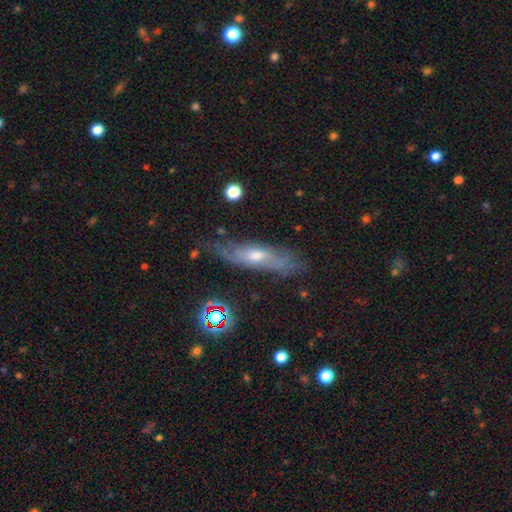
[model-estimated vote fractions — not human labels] Morphology: type=featured or disk (60%); edge-on=no (55%); merging=none (67%).